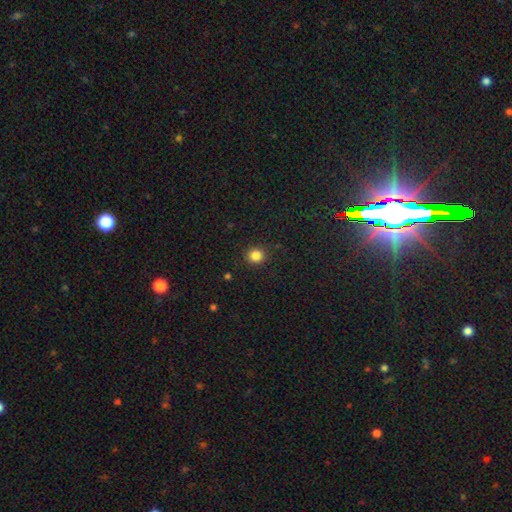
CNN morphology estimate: Smooth or featured? smooth (84%)
How rounded? round (88%)
Merging? none (90%)